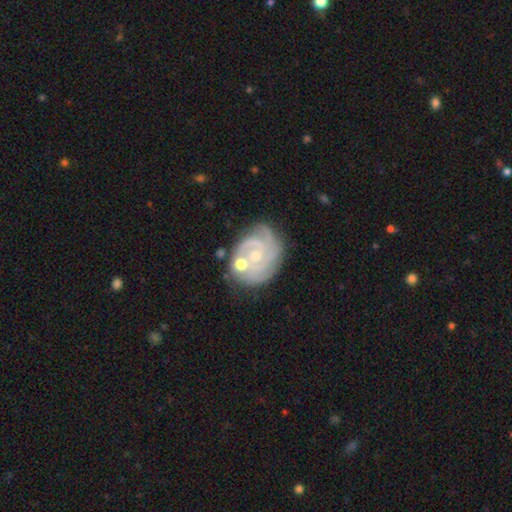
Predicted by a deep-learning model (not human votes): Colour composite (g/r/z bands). It shows a featured or disk galaxy (85%) with no bar (66%), 3 (37%) tight (69%) spiral arms (96%) and a small central bulge (56%). Merging: none (63%).